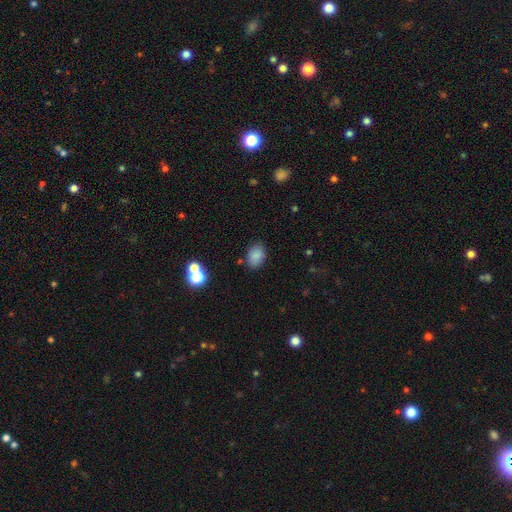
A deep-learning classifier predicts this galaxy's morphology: smooth 85%, star or artifact 10%, featured or disk 5%. Down the decision tree: how rounded — in between (78%); merging — none (81%).